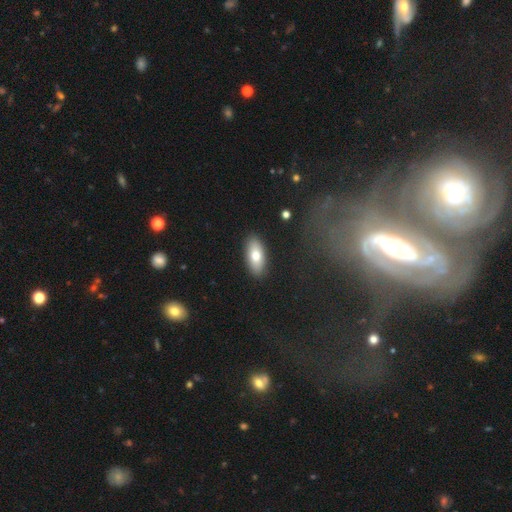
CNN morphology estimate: Smooth or featured? Predicted: smooth (p=0.75). How rounded? Predicted: in between (p=0.88). Merging? Predicted: none (p=0.89).